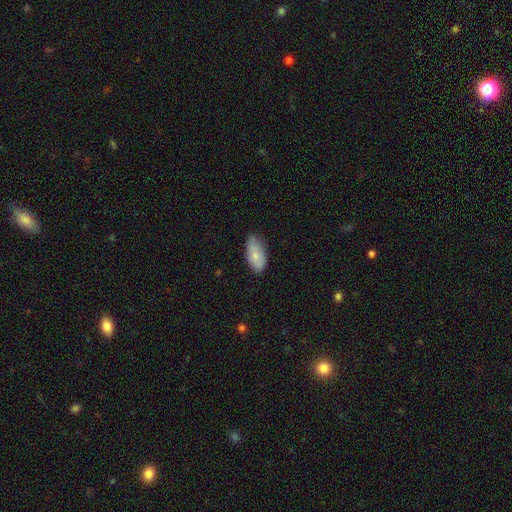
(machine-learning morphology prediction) Overall: smooth (76%). How rounded: in between (89%). Merging: none (74%).